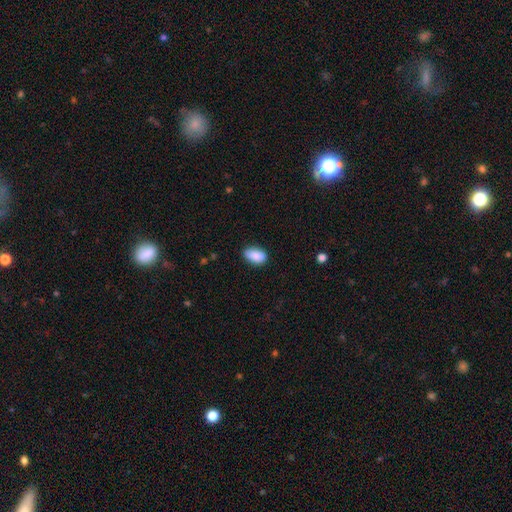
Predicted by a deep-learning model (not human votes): Overall: smooth (87%). How rounded: in between (91%). Merging: none (78%).